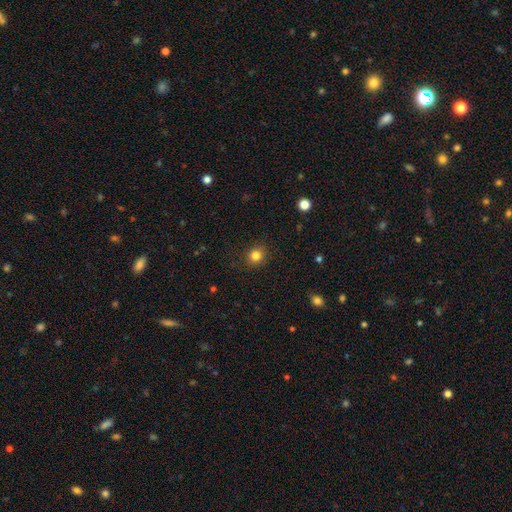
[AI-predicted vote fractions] A smooth galaxy with no disk features (83%) that is round (85%). Merging: none (89%).